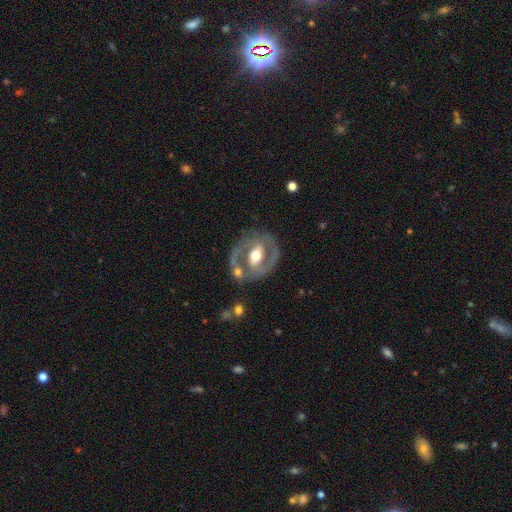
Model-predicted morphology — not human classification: This appears to be a featured or disk galaxy (73%) with a strong bar (35%), spiral arms (52%) and a moderate central bulge (71%). Merging: none (63%).